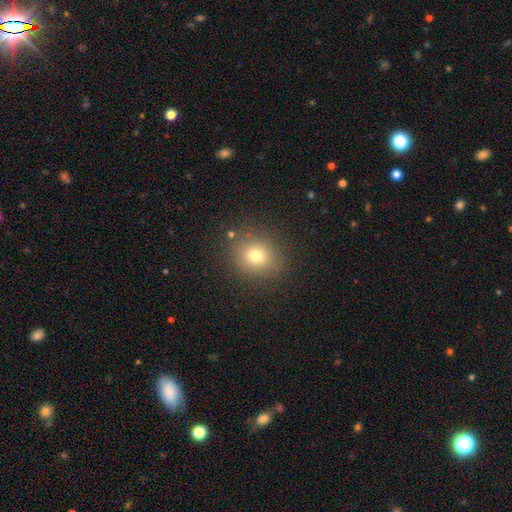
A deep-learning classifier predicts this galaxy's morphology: Smooth or featured?
  - smooth: 75% *
  - star or artifact: 16%
  - featured or disk: 10%
How rounded?
  - round: 78% *
  - in between: 21%
  - cigar-shaped: 1%
Merging?
  - none: 86% *
  - minor disturbance: 9%
  - major disturbance: 3%
  - merger: 2%